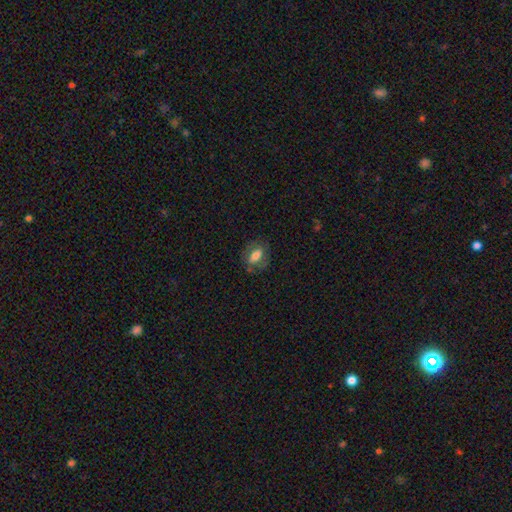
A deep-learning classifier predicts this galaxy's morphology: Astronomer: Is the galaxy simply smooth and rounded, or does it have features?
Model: smooth — 68%.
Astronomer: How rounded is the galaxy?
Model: in between — 81%.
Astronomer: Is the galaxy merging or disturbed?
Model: none — 72%.